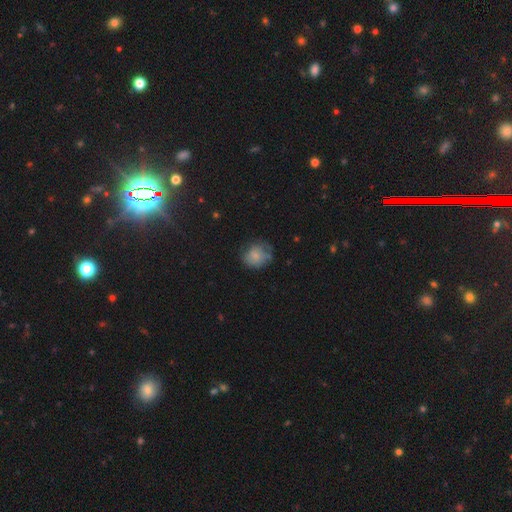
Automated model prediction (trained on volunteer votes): Morphology: type=smooth (66%); roundness=round (69%); merging=none (56%).